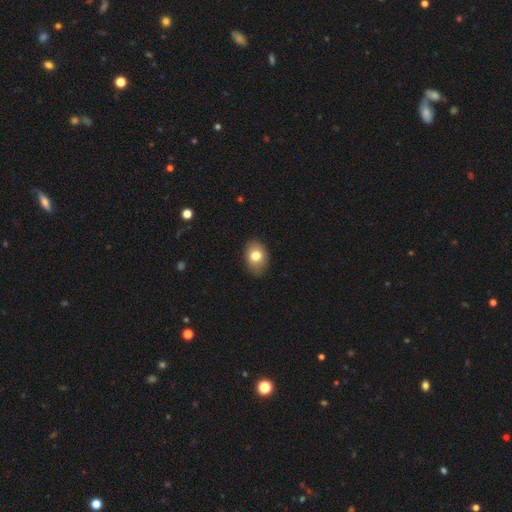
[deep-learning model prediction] A smooth galaxy with no disk features (78%) that is in between round and cigar-shaped (78%). Merging: none (85%).